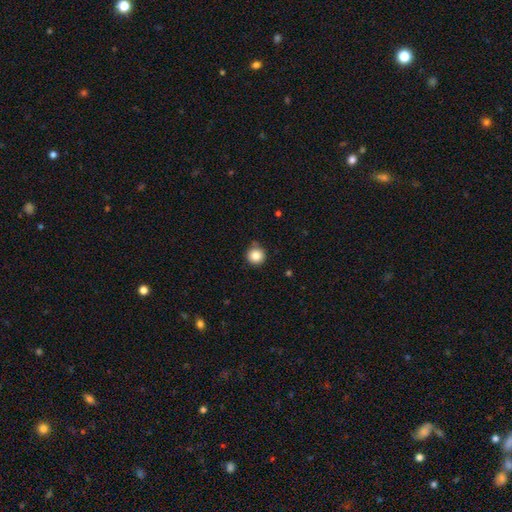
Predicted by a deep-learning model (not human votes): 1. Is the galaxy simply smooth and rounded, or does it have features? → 85% smooth, 10% star or artifact, 5% featured or disk.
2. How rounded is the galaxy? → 95% round, 4% in between, 1% cigar-shaped.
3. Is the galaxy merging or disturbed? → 83% none, 12% minor disturbance, 3% merger, 2% major disturbance.